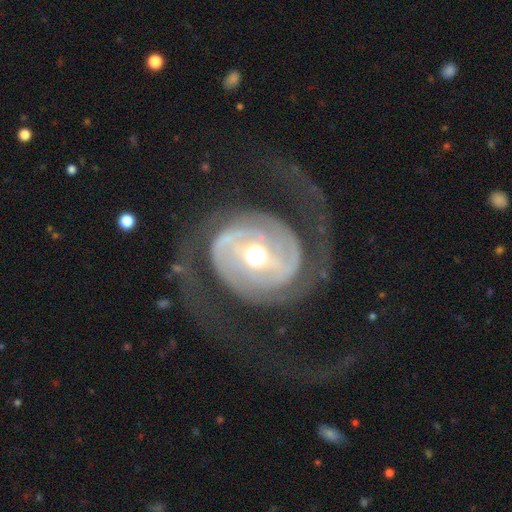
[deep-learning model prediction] A featured or disk galaxy (89%) with no bar (38%), 2 (80%) tight (41%) spiral arms (93%) and a moderate central bulge (74%).

Vote fractions:
- Smooth or featured? featured or disk: 89% / smooth: 7% / star or artifact: 5%
- Edge-on disk? no: 97% / yes: 3%
- Bar? no: 38% / weak: 32% / strong: 30%
- Spiral arms? yes: 93% / no: 7%
- Spiral winding? tight: 41% / medium: 38% / loose: 21%
- Spiral arm count? 2: 80% / can't tell: 7% / 1: 5% / 3: 4% / 4: 2% / more than 4: 2%
- Bulge size? moderate: 74% / small: 12% / large: 11% / dominant: 1% / none: 1%
- Merging? none: 62% / major disturbance: 22% / minor disturbance: 14% / merger: 2%